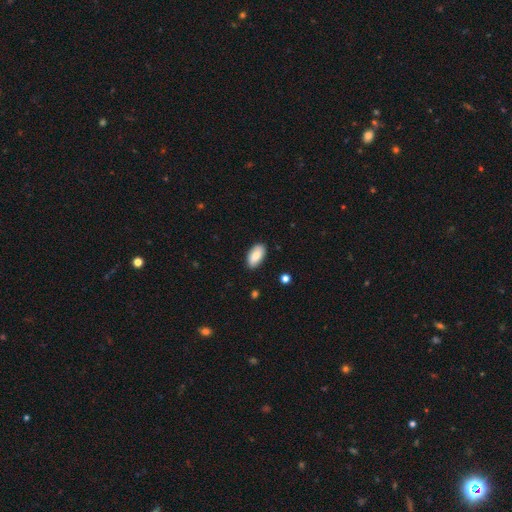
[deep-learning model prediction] Smooth or featured?
  - smooth: 83% *
  - featured or disk: 11%
  - star or artifact: 6%
How rounded?
  - in between: 94% *
  - cigar-shaped: 3%
  - round: 3%
Merging?
  - none: 87% *
  - minor disturbance: 10%
  - major disturbance: 2%
  - merger: 1%